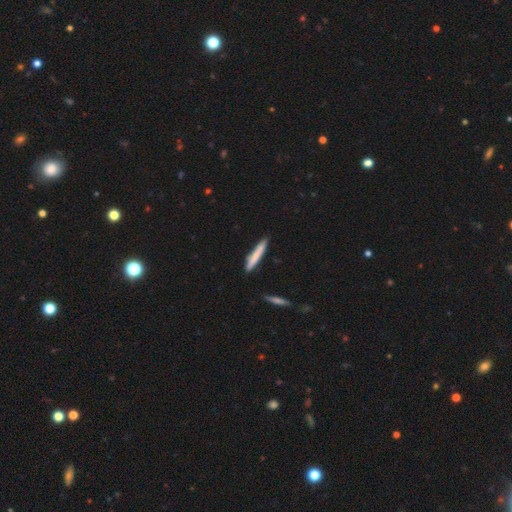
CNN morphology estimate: A smooth galaxy with no disk features (74%) that is cigar-shaped (94%).

Vote fractions:
- Smooth or featured? smooth: 74% / featured or disk: 21% / star or artifact: 5%
- How rounded? cigar-shaped: 94% / in between: 5% / round: 1%
- Merging? none: 86% / minor disturbance: 10% / merger: 2% / major disturbance: 2%